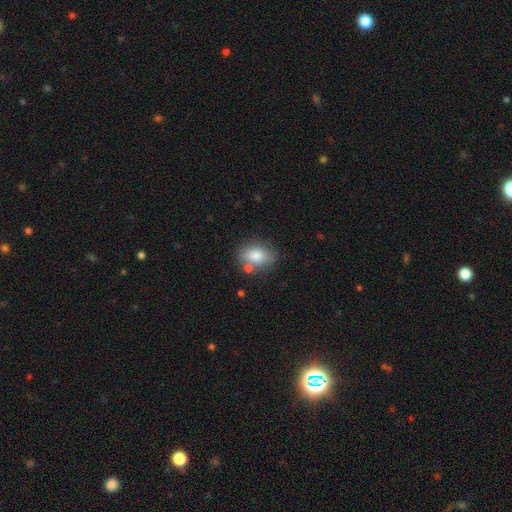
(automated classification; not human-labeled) Smooth or featured?
  - smooth: 81% *
  - featured or disk: 11%
  - star or artifact: 8%
How rounded?
  - in between: 75% *
  - round: 24%
  - cigar-shaped: 2%
Merging?
  - none: 69% *
  - minor disturbance: 16%
  - merger: 11%
  - major disturbance: 4%